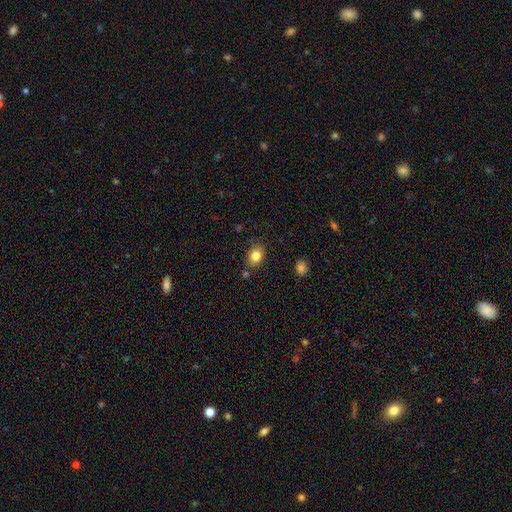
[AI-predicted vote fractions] Smooth or featured? smooth (84%)
How rounded? in between (58%)
Merging? none (78%)